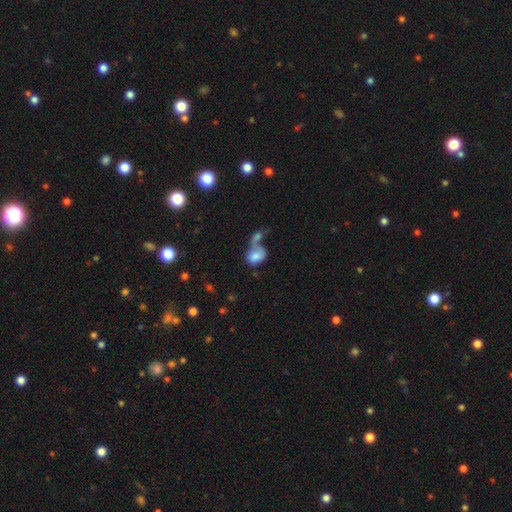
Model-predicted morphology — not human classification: Overall: smooth (75%). How rounded: in between (69%). Merging: merger (58%; none 18%).